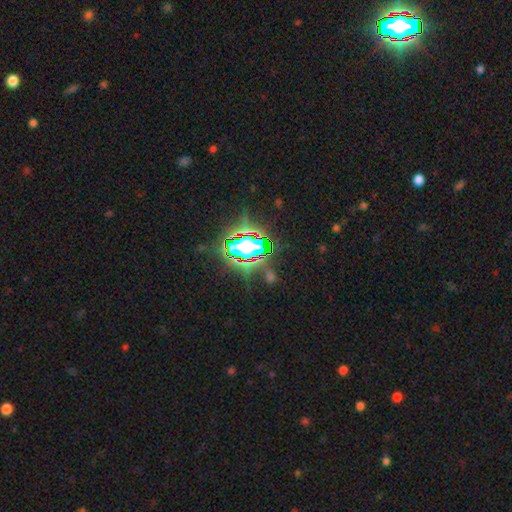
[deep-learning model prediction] smooth_or_featured: star or artifact (p=0.84) [alt: smooth p=0.09]